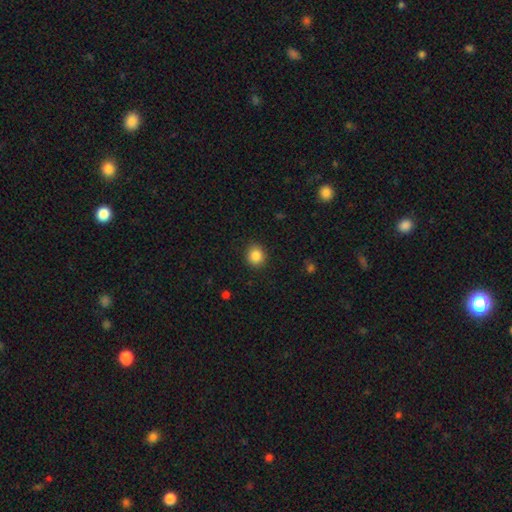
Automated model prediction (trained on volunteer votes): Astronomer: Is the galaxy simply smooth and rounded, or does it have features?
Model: smooth — 87%.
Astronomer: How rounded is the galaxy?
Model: round — 85%.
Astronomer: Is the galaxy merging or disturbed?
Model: none — 90%.